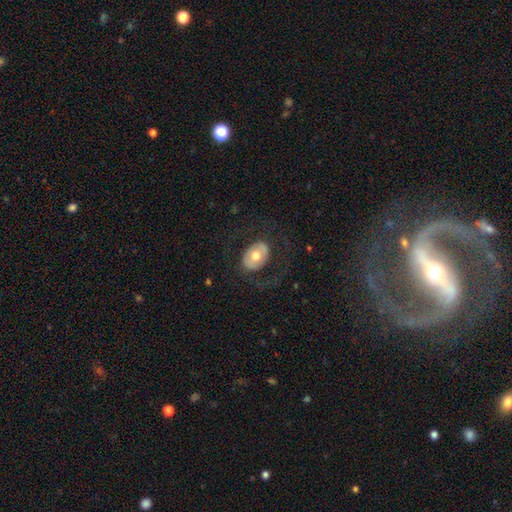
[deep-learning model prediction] smooth_or_featured: smooth (p=0.51) [alt: featured or disk p=0.43]
how_rounded: in between (p=0.75) [alt: round p=0.24]
merging: none (p=0.72) [alt: major disturbance p=0.14]